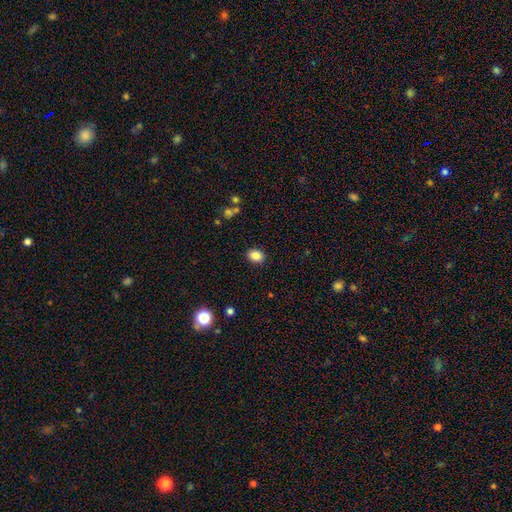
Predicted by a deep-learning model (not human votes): This appears to be a smooth galaxy with no disk features (85%) that is in between round and cigar-shaped (63%). Merging: none (89%).